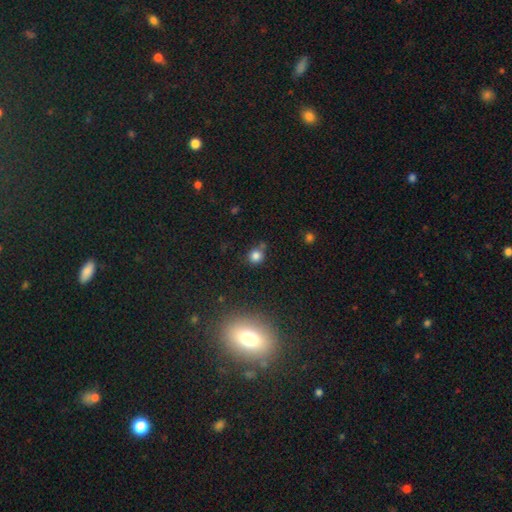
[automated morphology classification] Smooth or featured? Predicted: smooth (p=0.80). How rounded? Predicted: round (p=0.87). Merging? Predicted: none (p=0.72).